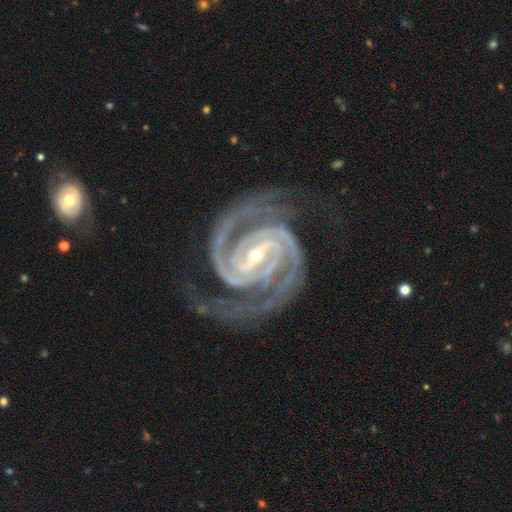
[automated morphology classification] This appears to be a featured or disk galaxy (95%) with a strong bar (66%), 2 (82%) tight (67%) spiral arms (99%) and a small central bulge (66%). Merging: none (75%).